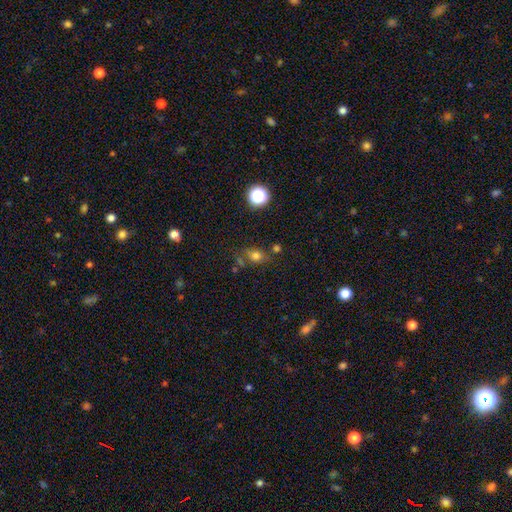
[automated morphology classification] Smooth or featured?
  - smooth: 70% *
  - star or artifact: 20%
  - featured or disk: 10%
How rounded?
  - round: 51% *
  - in between: 47%
  - cigar-shaped: 2%
Merging?
  - none: 61% *
  - minor disturbance: 18%
  - merger: 12%
  - major disturbance: 8%